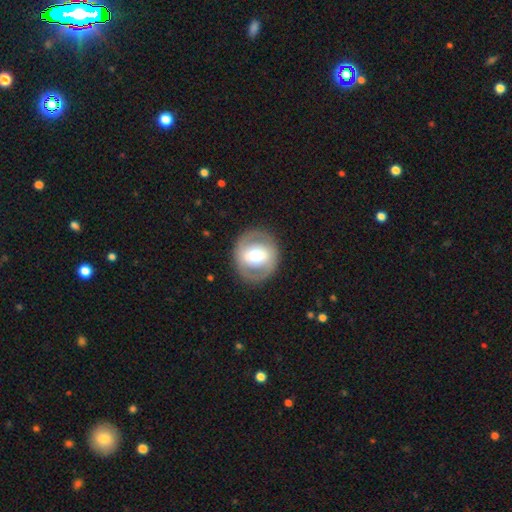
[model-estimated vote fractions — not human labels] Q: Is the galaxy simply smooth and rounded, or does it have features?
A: featured or disk — 56%.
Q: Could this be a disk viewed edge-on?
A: no — 95%.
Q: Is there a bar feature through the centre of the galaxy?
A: strong — 35%, tied with weak.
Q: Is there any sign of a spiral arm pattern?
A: no — 65%.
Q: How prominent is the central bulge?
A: moderate — 65%.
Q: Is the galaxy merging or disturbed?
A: none — 85%.